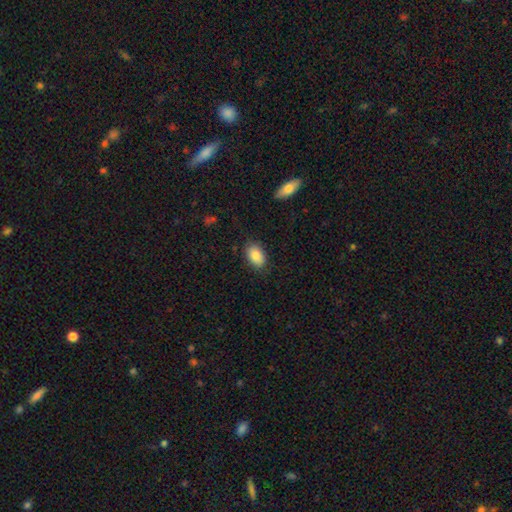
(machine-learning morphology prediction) This appears to be a smooth galaxy with no disk features (87%) that is in between round and cigar-shaped (88%). Merging: none (83%).